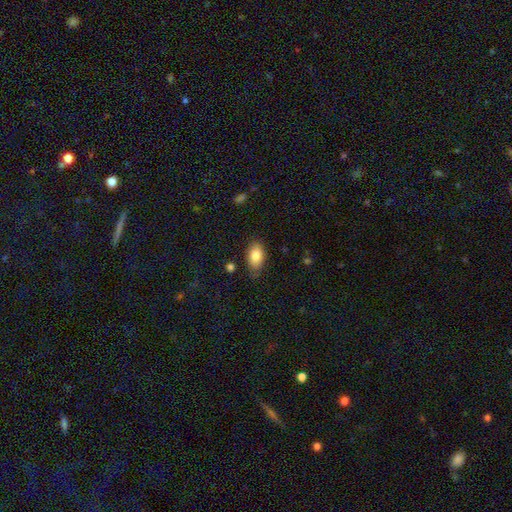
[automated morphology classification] A smooth galaxy with no disk features (84%) that is in between round and cigar-shaped (92%).

Vote fractions:
- Smooth or featured? smooth: 84% / featured or disk: 9% / star or artifact: 7%
- How rounded? in between: 92% / round: 6% / cigar-shaped: 2%
- Merging? none: 75% / minor disturbance: 19% / major disturbance: 4% / merger: 2%